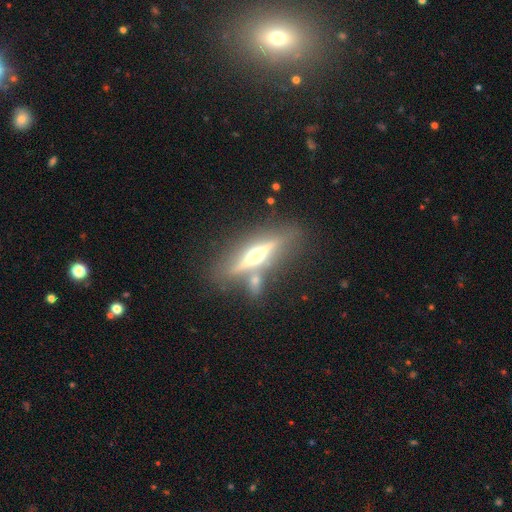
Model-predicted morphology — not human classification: type=featured or disk (78%); edge-on=yes (95%); edge-on bulge=rounded (95%); merging=none (77%).